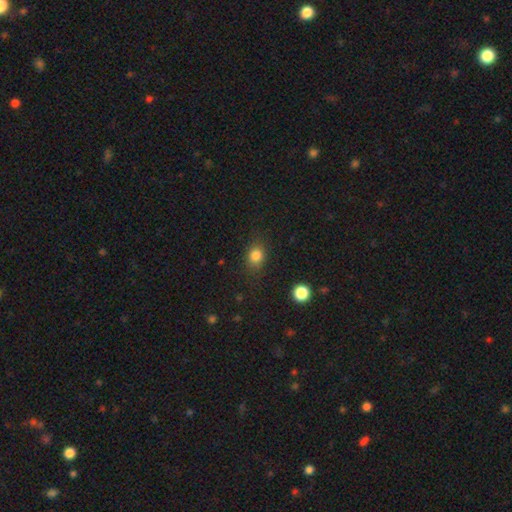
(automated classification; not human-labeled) smooth 83%, star or artifact 11%, featured or disk 6%. Down the decision tree: how rounded — round (53%); merging — none (81%).